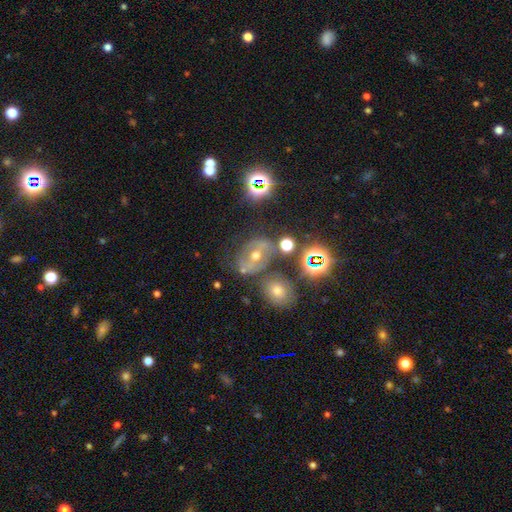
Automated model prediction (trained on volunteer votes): Smooth or featured?
  - featured or disk: 45% *
  - star or artifact: 34%
  - smooth: 21%
Merging?
  - none: 59% *
  - minor disturbance: 16%
  - merger: 14%
  - major disturbance: 10%